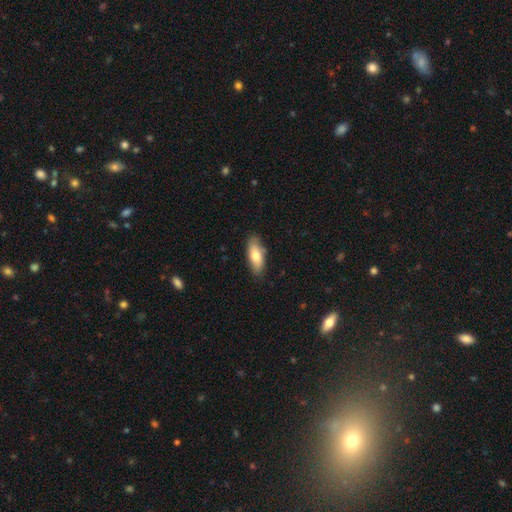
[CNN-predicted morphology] type=smooth (73%); roundness=in between (77%); merging=none (83%).